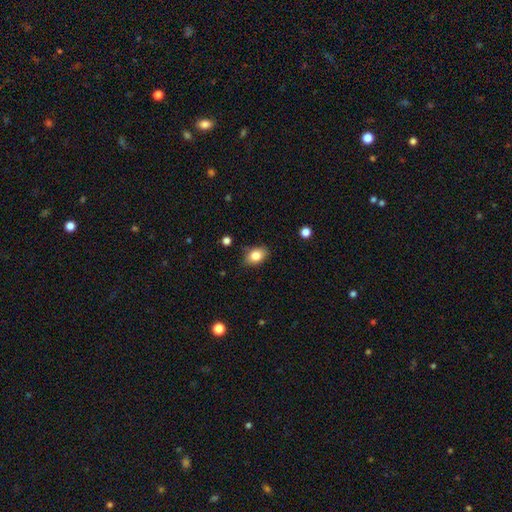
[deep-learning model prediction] Morphology: type=smooth (83%); roundness=in between (79%); merging=none (80%).